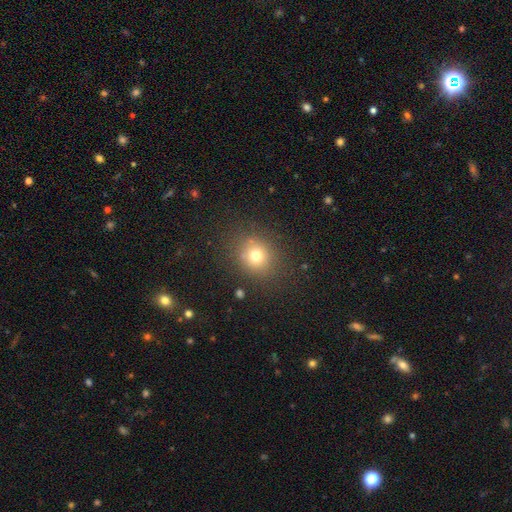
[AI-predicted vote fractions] Q: Smooth or featured?
A: smooth (72%); runner-up: star or artifact (17%)
Q: How rounded?
A: round (78%); runner-up: in between (21%)
Q: Merging?
A: none (83%); runner-up: minor disturbance (10%)